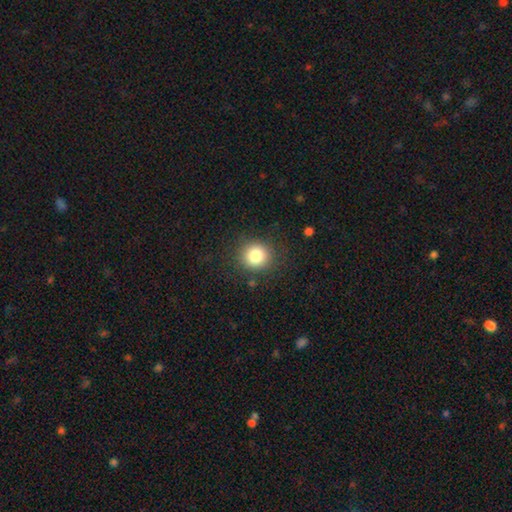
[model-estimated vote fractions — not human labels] Smooth or featured? smooth (83%)
How rounded? round (89%)
Merging? none (87%)